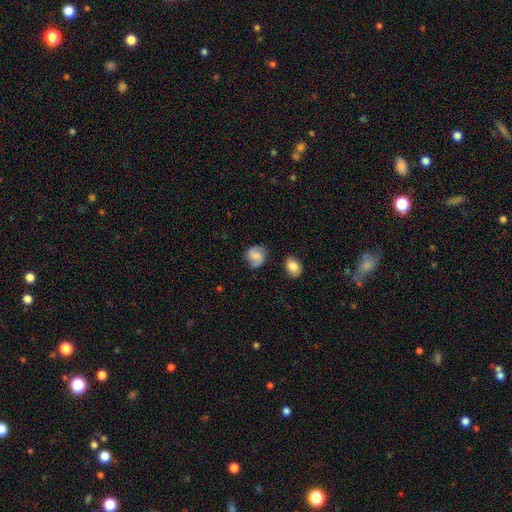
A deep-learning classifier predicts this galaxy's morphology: featured or disk 57%, smooth 35%, star or artifact 8%. Down the decision tree: edge-on disk — no (98%); bar — no (48%); spiral arms — yes (93%); spiral arm count — 2 (86%); spiral winding — medium (48%); bulge size — small (38%); merging — none (74%).